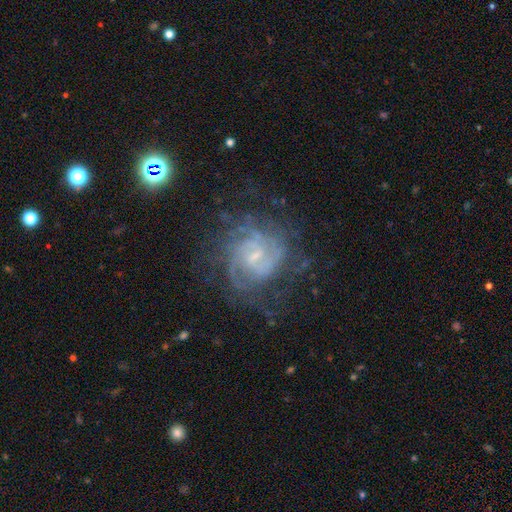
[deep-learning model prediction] This appears to be a featured or disk galaxy (83%) with a weak bar (54%), tight (54%) spiral arms (93%) and a small central bulge (67%). Merging: none (66%).